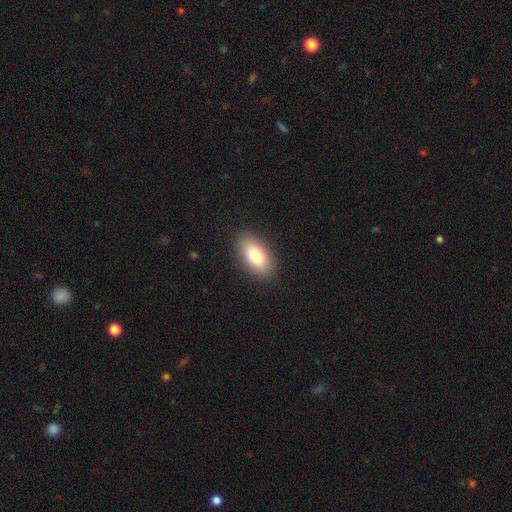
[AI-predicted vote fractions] smooth-or-featured: smooth: 79% | featured or disk: 13% | star or artifact: 8%
  how-rounded: in between: 92% | round: 5% | cigar-shaped: 3%
  merging: none: 88% | minor disturbance: 8% | major disturbance: 2% | merger: 1%